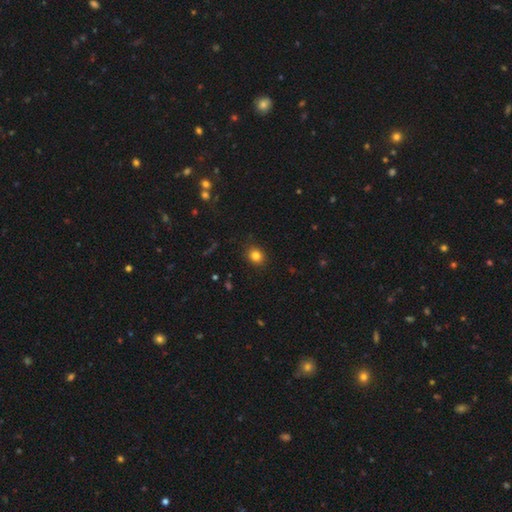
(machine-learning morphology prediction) Overall: smooth (82%). How rounded: round (71%). Merging: none (89%).